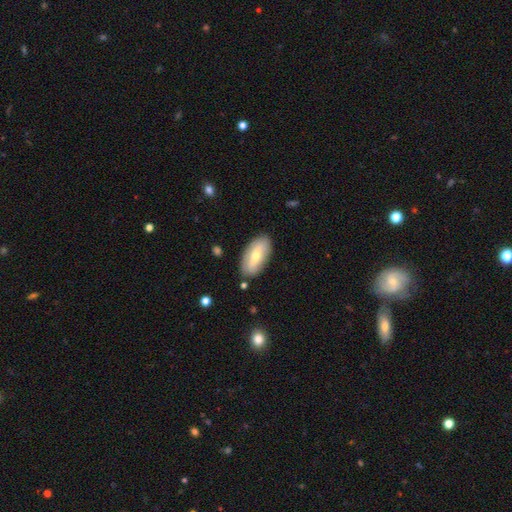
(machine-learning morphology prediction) Smooth or featured: smooth — 54% (featured or disk — 40%)
How rounded: in between — 90% (cigar-shaped — 7%)
Merging: none — 84% (minor disturbance — 11%)